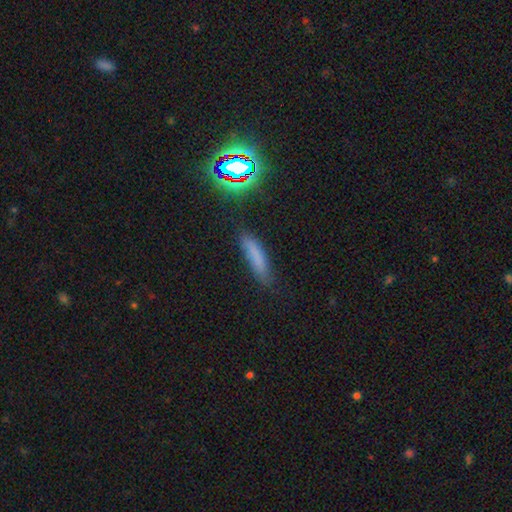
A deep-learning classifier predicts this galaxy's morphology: smooth 69%, star or artifact 17%, featured or disk 13%. Down the decision tree: how rounded — cigar-shaped (76%); merging — none (75%).